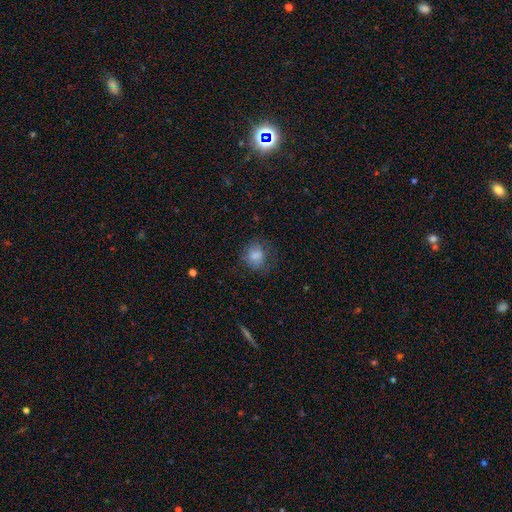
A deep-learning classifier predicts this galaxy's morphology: smooth 77%, featured or disk 12%, star or artifact 10%. Down the decision tree: how rounded — round (66%); merging — none (60%).